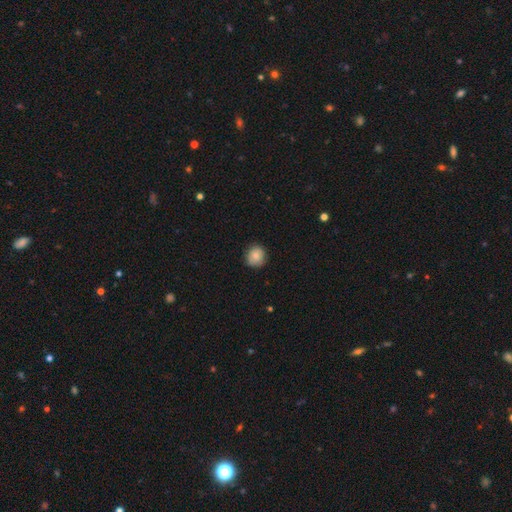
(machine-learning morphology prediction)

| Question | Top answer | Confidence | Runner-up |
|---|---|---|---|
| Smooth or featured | smooth | 79% | featured or disk (12%) |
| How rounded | round | 84% | in between (15%) |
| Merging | none | 79% | minor disturbance (17%) |